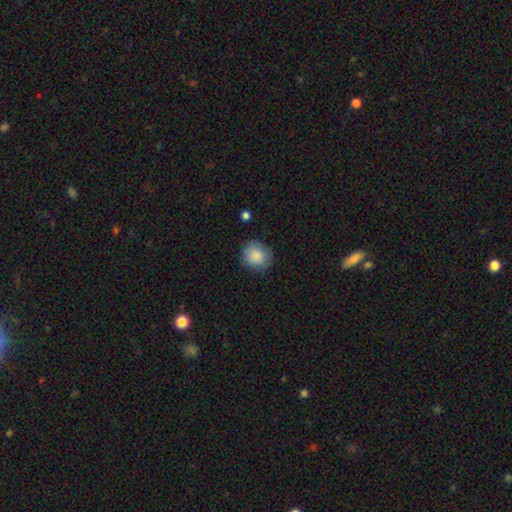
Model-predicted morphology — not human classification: Smooth or featured?
  - smooth: 87% *
  - star or artifact: 8%
  - featured or disk: 6%
How rounded?
  - round: 88% *
  - in between: 11%
  - cigar-shaped: 1%
Merging?
  - none: 81% *
  - minor disturbance: 14%
  - major disturbance: 4%
  - merger: 1%